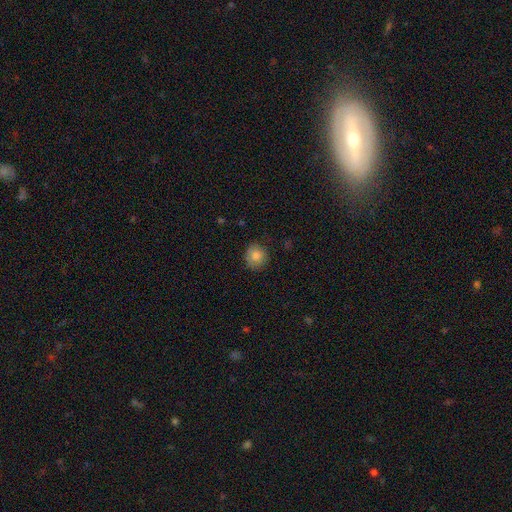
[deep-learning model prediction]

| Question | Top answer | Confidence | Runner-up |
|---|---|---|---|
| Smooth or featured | smooth | 83% | star or artifact (9%) |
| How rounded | round | 85% | in between (14%) |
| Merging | none | 82% | minor disturbance (14%) |